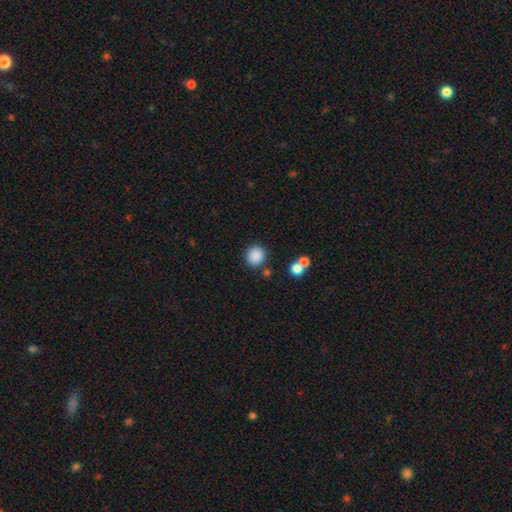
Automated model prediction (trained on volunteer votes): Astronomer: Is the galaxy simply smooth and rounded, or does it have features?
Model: smooth — 86%.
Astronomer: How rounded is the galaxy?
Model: round — 90%.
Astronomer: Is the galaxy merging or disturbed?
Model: none — 81%.